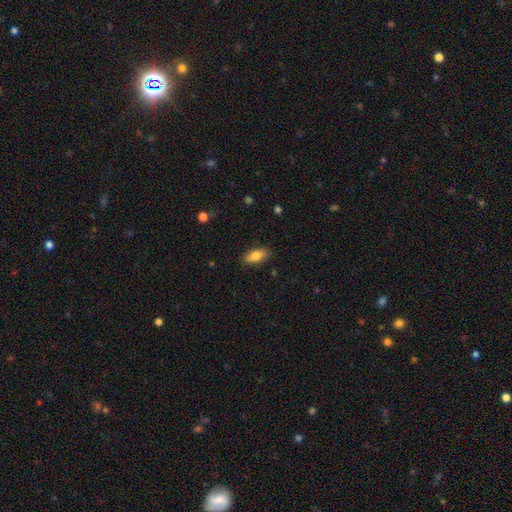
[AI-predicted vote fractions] The model was most divided on "smooth or featured": smooth: 81%, featured or disk: 11%, star or artifact: 7%. More confident: merging — none (87%); how rounded — in between (85%).